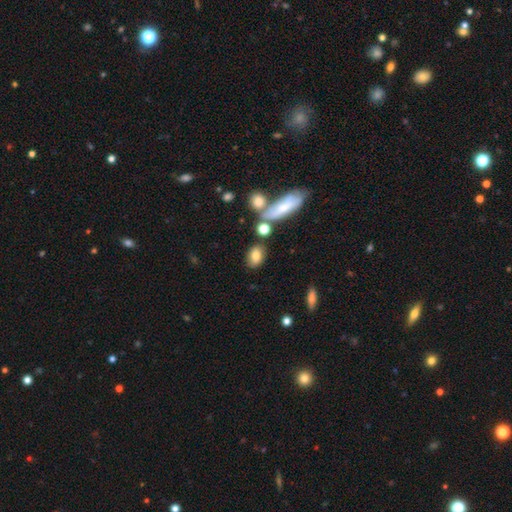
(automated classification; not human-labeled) A smooth galaxy with no disk features (76%) that is in between round and cigar-shaped (75%). Merging: none (70%).